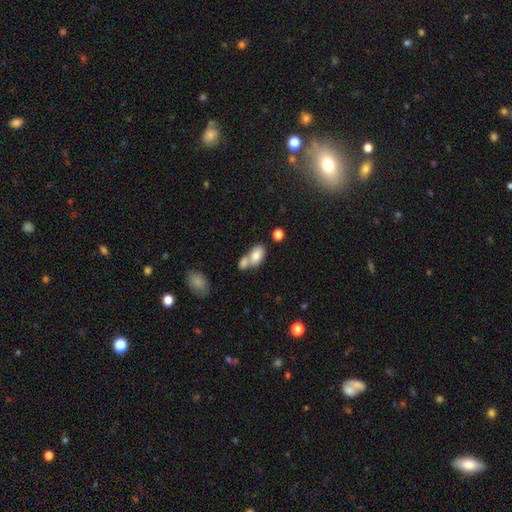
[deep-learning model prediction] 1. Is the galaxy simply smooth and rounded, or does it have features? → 80% smooth, 13% featured or disk, 8% star or artifact.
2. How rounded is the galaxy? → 91% in between, 7% round, 2% cigar-shaped.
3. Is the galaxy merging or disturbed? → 51% merger, 35% none, 10% minor disturbance, 4% major disturbance.